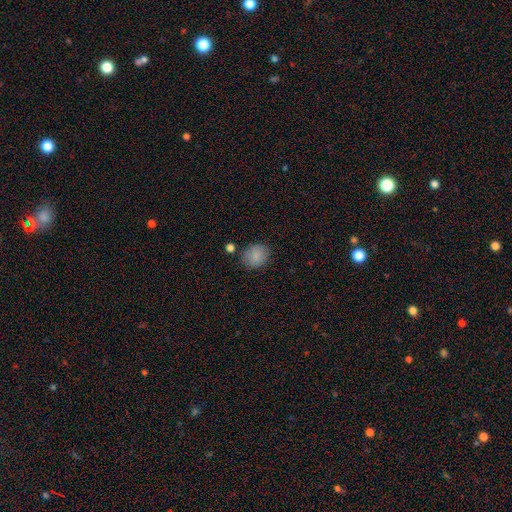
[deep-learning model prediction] The model was most divided on "how rounded": round: 74%, in between: 25%, cigar-shaped: 1%. More confident: smooth or featured — smooth (85%); merging — none (80%).